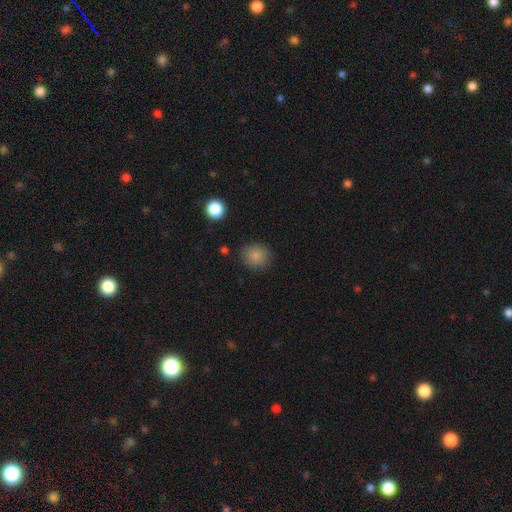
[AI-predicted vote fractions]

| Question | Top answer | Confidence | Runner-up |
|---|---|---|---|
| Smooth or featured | smooth | 85% | star or artifact (10%) |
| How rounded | round | 84% | in between (15%) |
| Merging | none | 85% | minor disturbance (10%) |